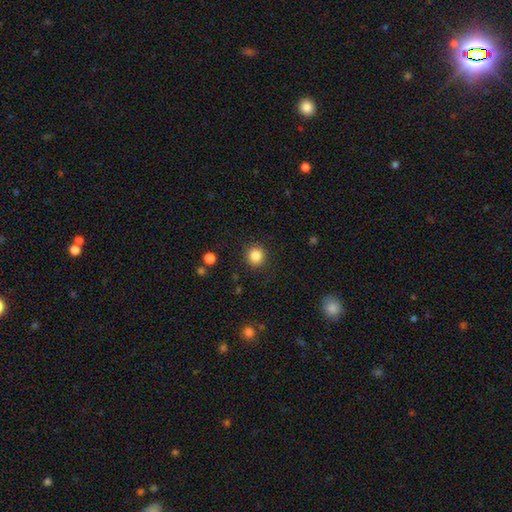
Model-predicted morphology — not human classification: Smooth or featured?
  - smooth: 85% *
  - star or artifact: 11%
  - featured or disk: 4%
How rounded?
  - round: 92% *
  - in between: 7%
  - cigar-shaped: 1%
Merging?
  - none: 90% *
  - minor disturbance: 6%
  - major disturbance: 2%
  - merger: 1%